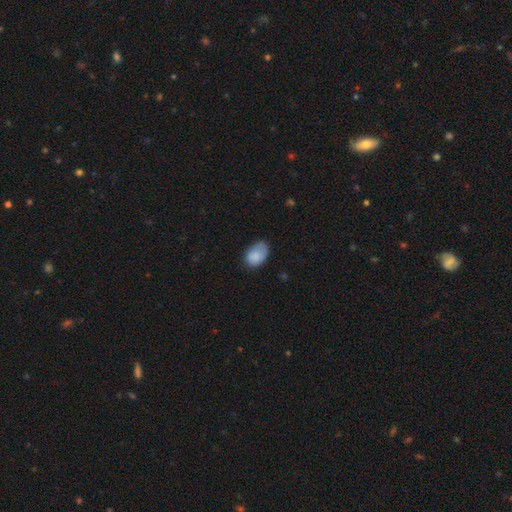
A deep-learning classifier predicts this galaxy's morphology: type=smooth (85%); roundness=in between (84%); merging=none (56%).